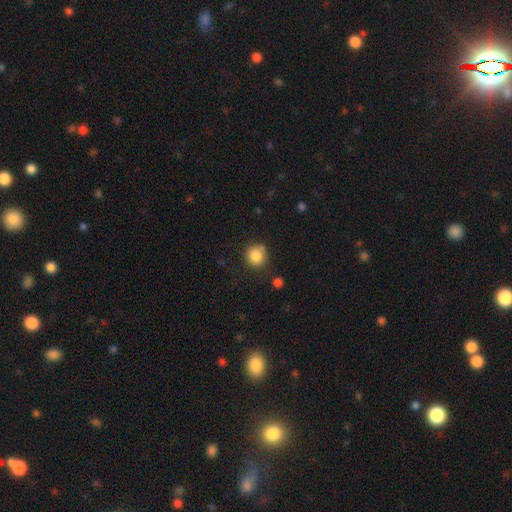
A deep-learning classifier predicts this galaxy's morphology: A smooth galaxy with no disk features (85%) that is round (86%). Merging: none (74%).